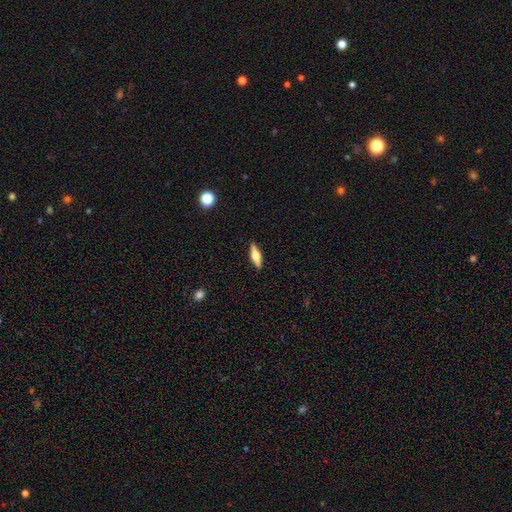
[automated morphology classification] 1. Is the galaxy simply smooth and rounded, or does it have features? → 50% featured or disk, 43% smooth, 6% star or artifact.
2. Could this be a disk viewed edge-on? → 94% yes, 6% no.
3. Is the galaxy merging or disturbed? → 89% none, 8% minor disturbance, 2% major disturbance, 1% merger.